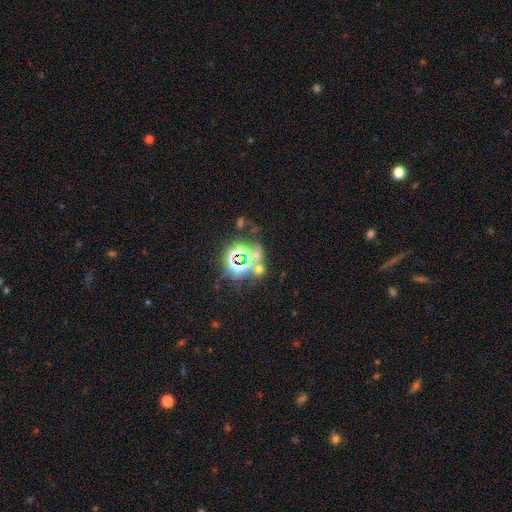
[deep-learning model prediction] Overall: star or artifact (62%; smooth 26%).